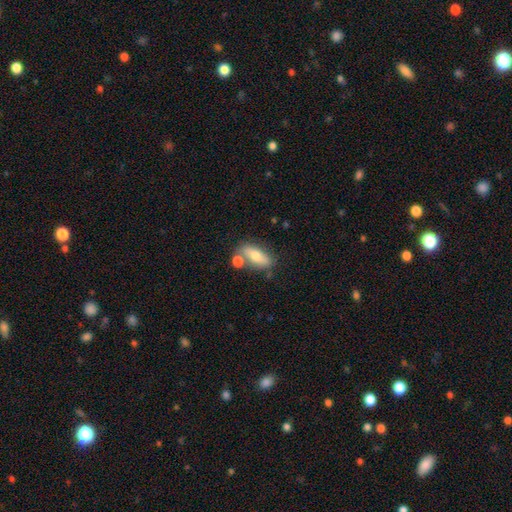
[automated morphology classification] Q: Smooth or featured?
A: smooth (65%); runner-up: featured or disk (28%)
Q: How rounded?
A: in between (69%); runner-up: cigar-shaped (26%)
Q: Merging?
A: none (64%); runner-up: merger (18%)